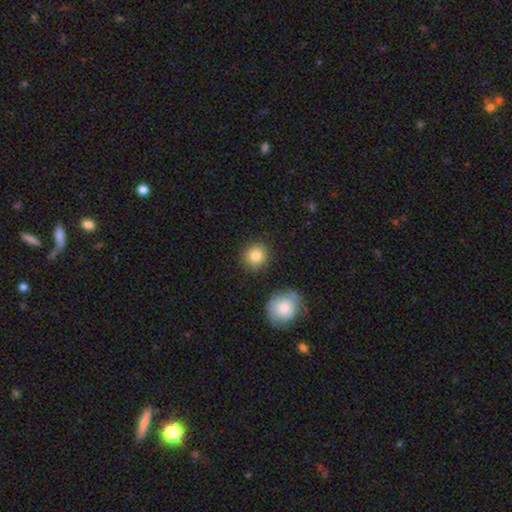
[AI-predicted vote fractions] A smooth galaxy with no disk features (85%) that is round (89%).

Vote fractions:
- Smooth or featured? smooth: 85% / star or artifact: 8% / featured or disk: 7%
- How rounded? round: 89% / in between: 10% / cigar-shaped: 1%
- Merging? none: 86% / minor disturbance: 8% / merger: 4% / major disturbance: 2%